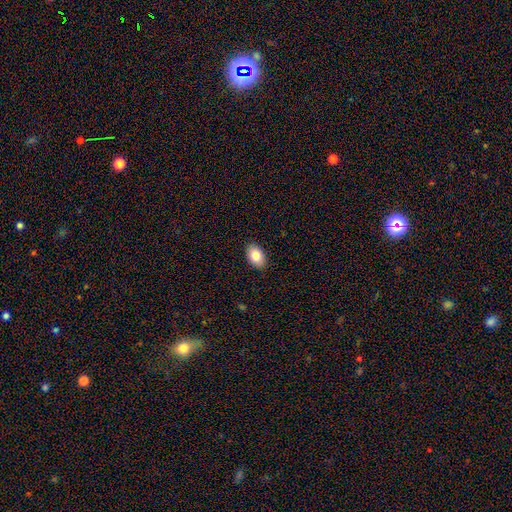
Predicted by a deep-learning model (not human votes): A smooth galaxy with no disk features (84%) that is in between round and cigar-shaped (89%). Merging: none (89%).